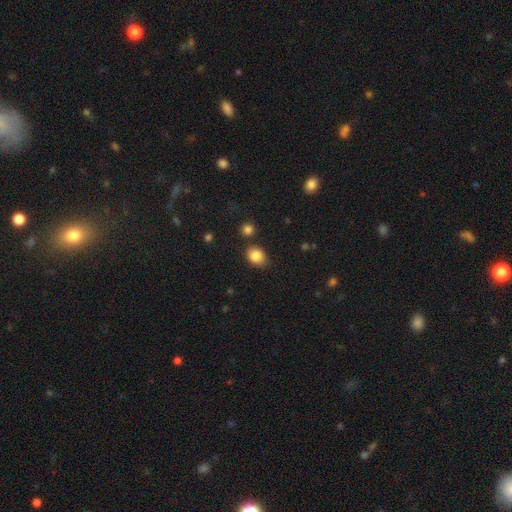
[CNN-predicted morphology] smooth_or_featured: smooth (p=0.86) [alt: star or artifact p=0.09]
how_rounded: round (p=0.50) [alt: in between p=0.49]
merging: none (p=0.76) [alt: minor disturbance p=0.14]